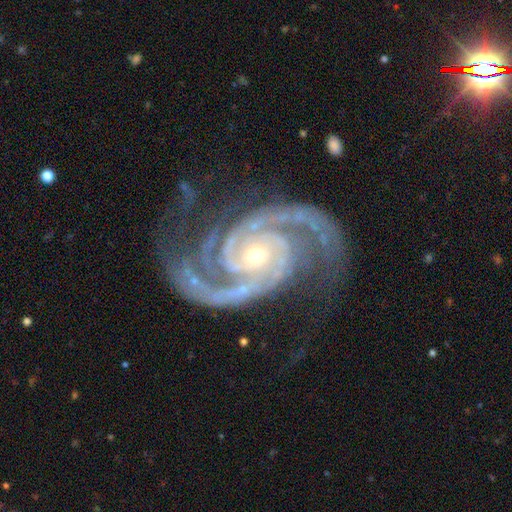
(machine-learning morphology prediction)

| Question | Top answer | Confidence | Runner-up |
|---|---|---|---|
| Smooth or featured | featured or disk | 94% | star or artifact (4%) |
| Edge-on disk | no | 98% | yes (2%) |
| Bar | no | 62% | weak (24%) |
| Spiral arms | yes | 99% | no (1%) |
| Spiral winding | tight | 55% | medium (41%) |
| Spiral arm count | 2 | 69% | 3 (17%) |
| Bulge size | small | 56% | moderate (41%) |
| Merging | none | 72% | minor disturbance (17%) |